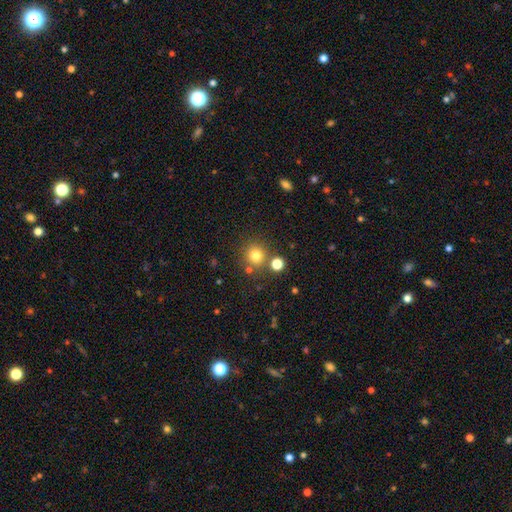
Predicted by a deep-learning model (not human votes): Q: Smooth or featured?
A: smooth (78%); runner-up: star or artifact (15%)
Q: How rounded?
A: round (92%); runner-up: in between (7%)
Q: Merging?
A: none (77%); runner-up: merger (11%)